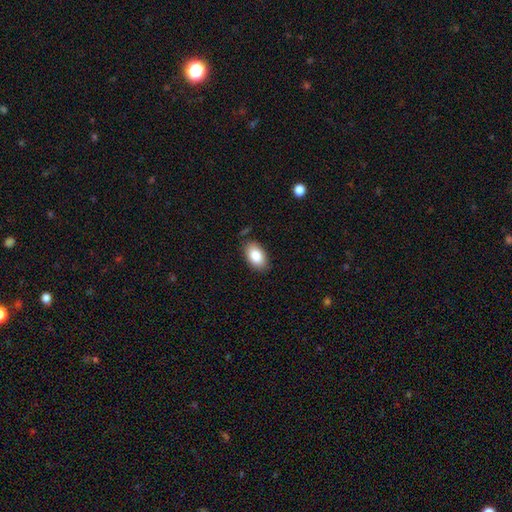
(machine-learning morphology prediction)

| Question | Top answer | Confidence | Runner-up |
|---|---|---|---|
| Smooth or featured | smooth | 86% | featured or disk (7%) |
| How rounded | in between | 93% | round (6%) |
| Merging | none | 83% | minor disturbance (13%) |